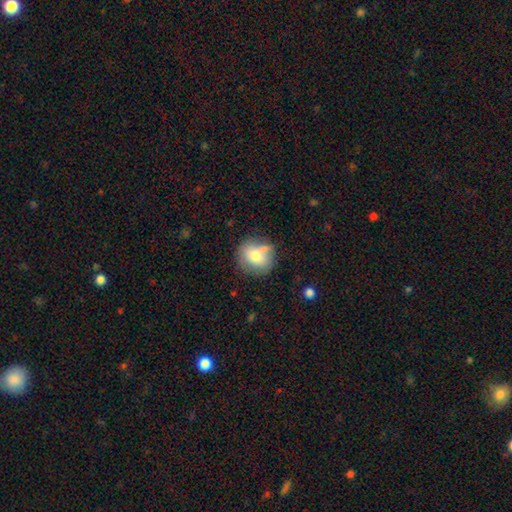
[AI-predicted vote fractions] This appears to be a smooth galaxy with no disk features (72%) that is round (80%). Merging: none (60%).